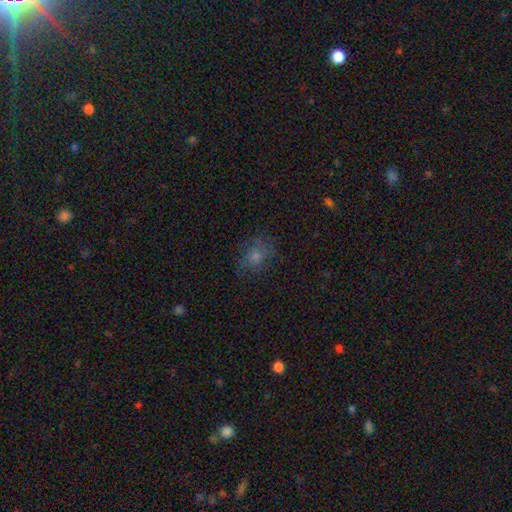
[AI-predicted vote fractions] Q: Smooth or featured?
A: smooth (59%); runner-up: featured or disk (24%)
Q: How rounded?
A: in between (53%); runner-up: round (46%)
Q: Merging?
A: none (60%); runner-up: minor disturbance (22%)